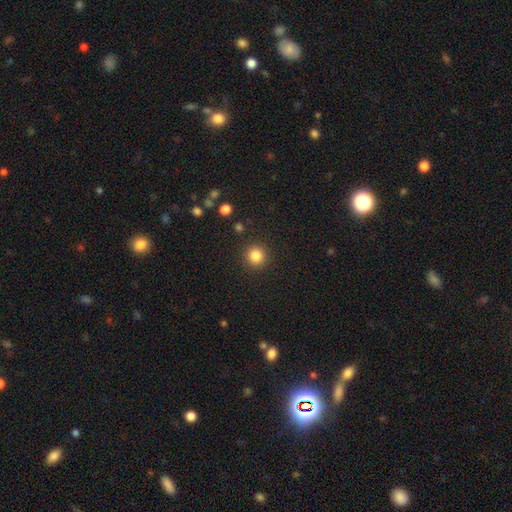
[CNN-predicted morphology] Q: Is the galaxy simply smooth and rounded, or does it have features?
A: smooth — 84%.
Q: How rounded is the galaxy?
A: round — 94%.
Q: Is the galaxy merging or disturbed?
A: none — 91%.